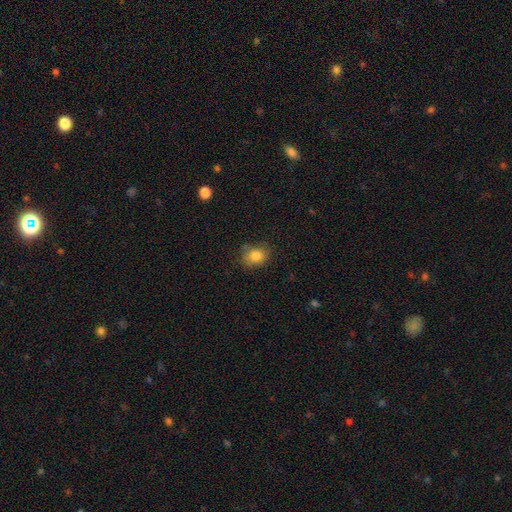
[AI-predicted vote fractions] The model was most divided on "how rounded": round: 51%, in between: 48%, cigar-shaped: 1%. More confident: smooth or featured — smooth (83%); merging — none (73%).